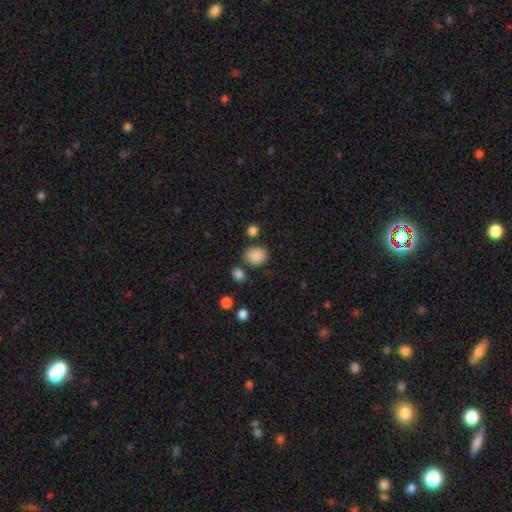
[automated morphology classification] smooth_or_featured: smooth (p=0.87) [alt: star or artifact p=0.09]
how_rounded: in between (p=0.51) [alt: round p=0.48]
merging: none (p=0.74) [alt: minor disturbance p=0.14]